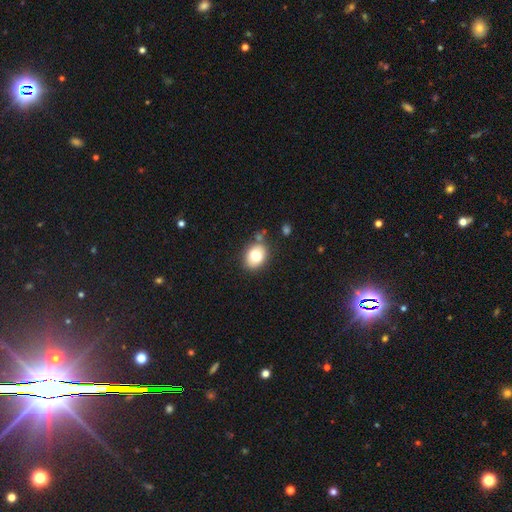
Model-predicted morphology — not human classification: Smooth or featured: smooth — 76% (featured or disk — 14%)
How rounded: in between — 61% (round — 38%)
Merging: none — 76% (minor disturbance — 14%)